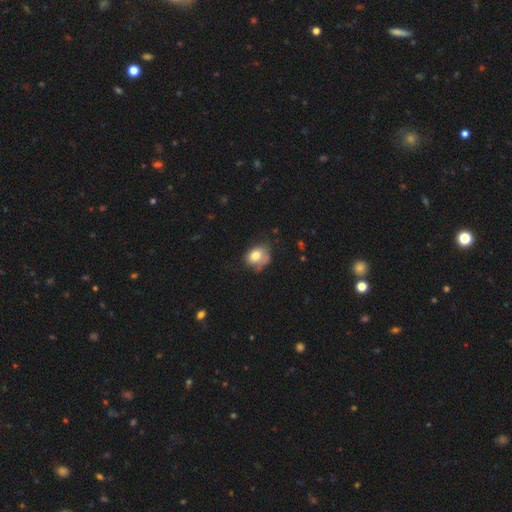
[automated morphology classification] Smooth or featured: smooth — 75% (featured or disk — 16%)
How rounded: in between — 56% (round — 43%)
Merging: none — 47% (minor disturbance — 33%)